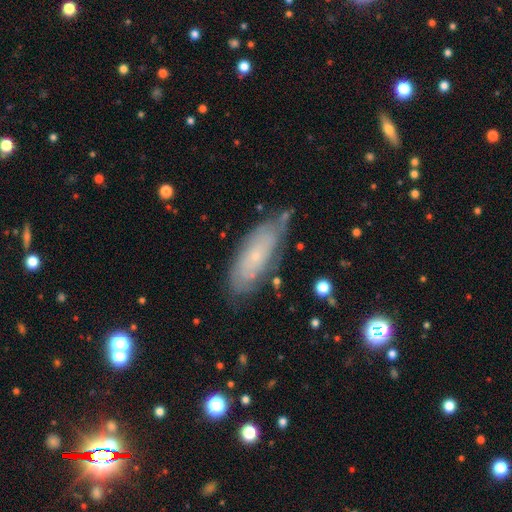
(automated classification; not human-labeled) Q: Smooth or featured?
A: featured or disk (53%); runner-up: smooth (39%)
Q: Edge-on disk?
A: no (80%); runner-up: yes (20%)
Q: Merging?
A: none (68%); runner-up: minor disturbance (23%)